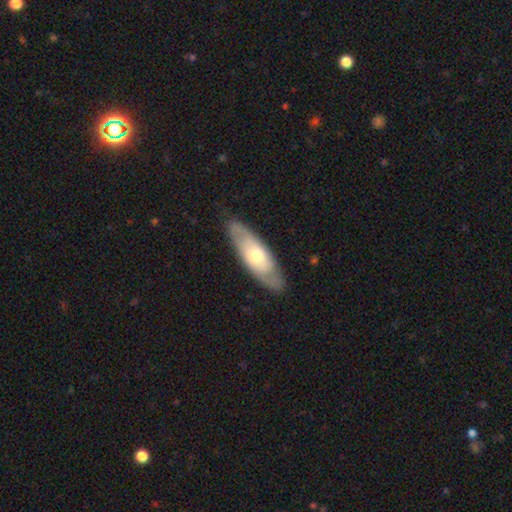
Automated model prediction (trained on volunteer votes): Morphology: type=featured or disk (49%); merging=none (85%).